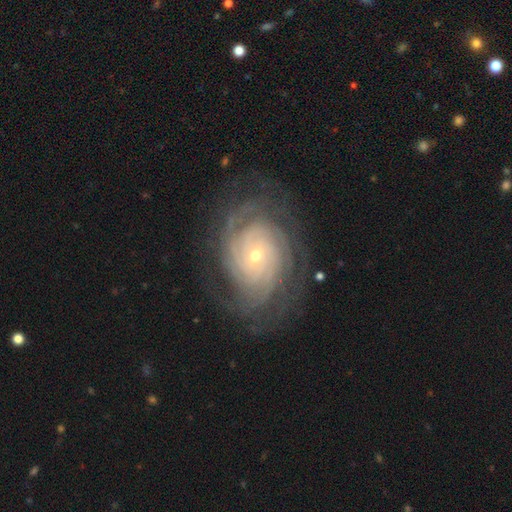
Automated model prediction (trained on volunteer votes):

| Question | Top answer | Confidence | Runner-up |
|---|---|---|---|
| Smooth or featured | featured or disk | 88% | star or artifact (6%) |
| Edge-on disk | no | 97% | yes (3%) |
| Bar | no | 71% | weak (22%) |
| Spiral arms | yes | 97% | no (3%) |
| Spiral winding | tight | 79% | medium (17%) |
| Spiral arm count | can't tell | 28% | more than 4 (19%) |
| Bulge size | small | 58% | moderate (38%) |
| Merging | none | 76% | minor disturbance (15%) |